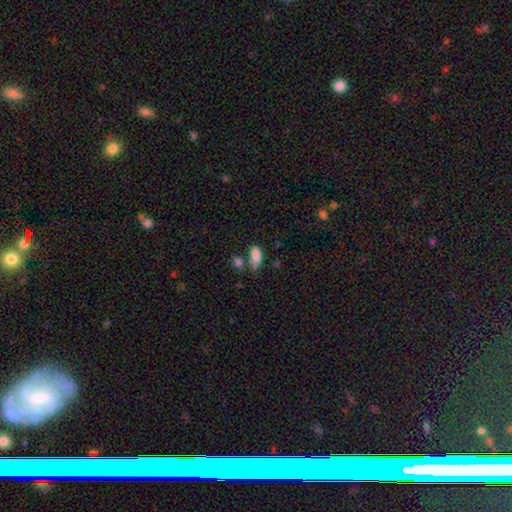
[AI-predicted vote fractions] smooth_or_featured: smooth (p=0.84) [alt: star or artifact p=0.09]
how_rounded: in between (p=0.85) [alt: cigar-shaped p=0.11]
merging: none (p=0.42) [alt: minor disturbance p=0.25]